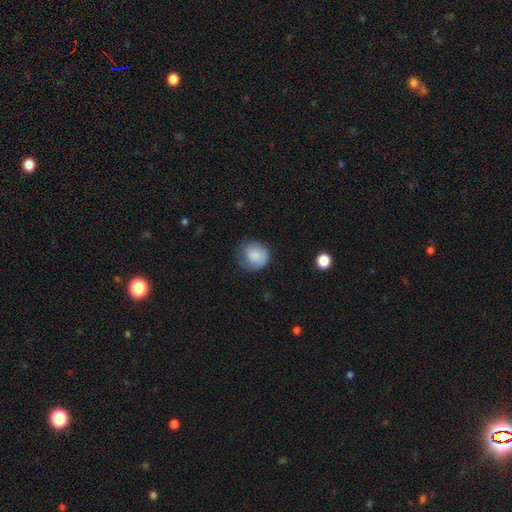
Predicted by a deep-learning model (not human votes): smooth 80%, featured or disk 13%, star or artifact 7%. Down the decision tree: how rounded — round (83%); merging — none (59%).